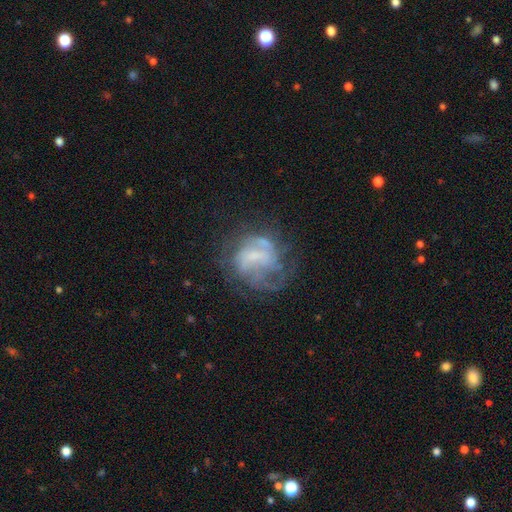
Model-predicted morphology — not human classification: featured or disk 63%, smooth 25%, star or artifact 12%. Down the decision tree: edge-on disk — no (98%); bar — no (53%); spiral arms — yes (57%); bulge size — none (50%); merging — none (45%).